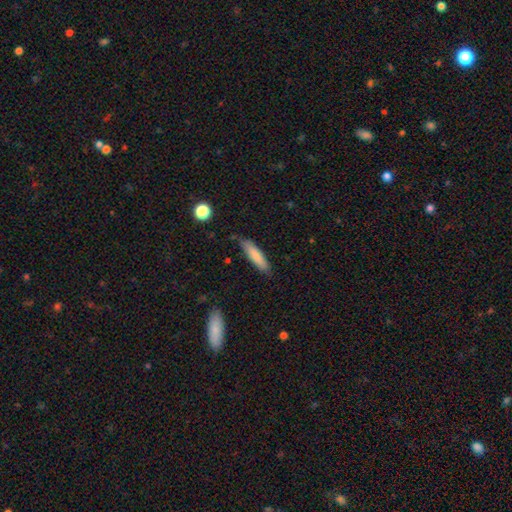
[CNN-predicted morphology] A smooth galaxy with no disk features (80%) that is cigar-shaped (77%). Merging: none (80%).